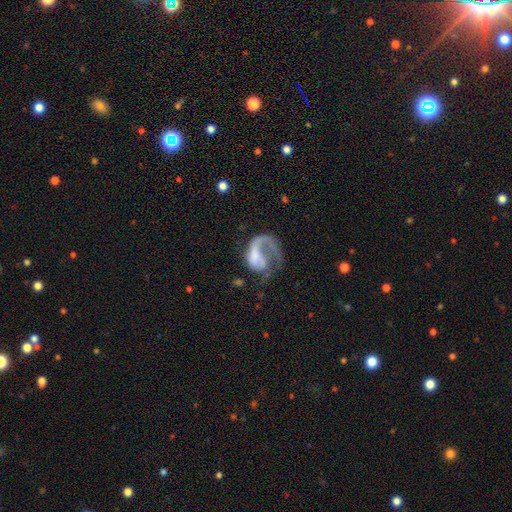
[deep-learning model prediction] featured or disk 75%, smooth 18%, star or artifact 7%. Down the decision tree: edge-on disk — no (98%); bar — no (60%); spiral arms — yes (87%); spiral arm count — 1 (85%); spiral winding — loose (50%); bulge size — none (40%); merging — major disturbance (50%).